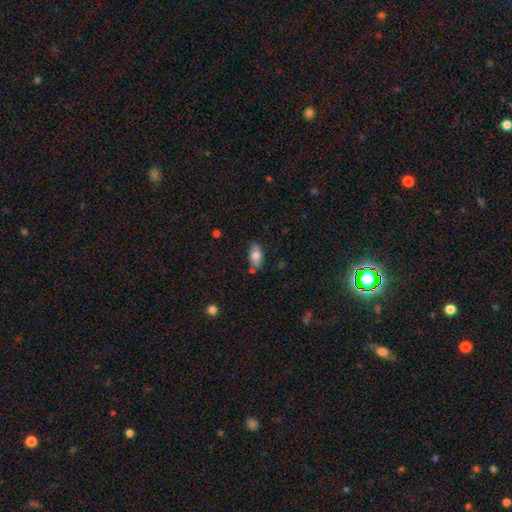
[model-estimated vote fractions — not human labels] The model was most divided on "smooth or featured": smooth: 75%, featured or disk: 17%, star or artifact: 7%. More confident: how rounded — in between (90%); merging — none (76%).